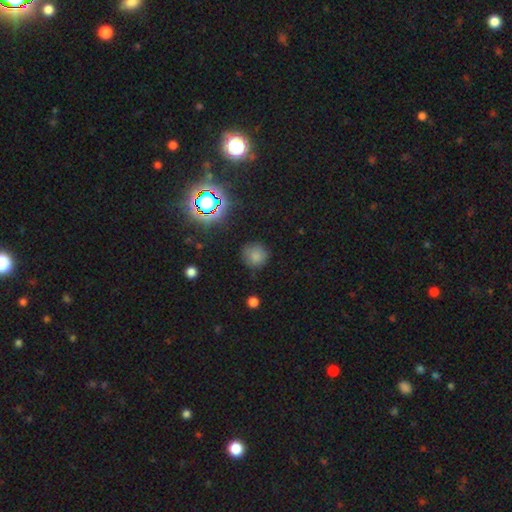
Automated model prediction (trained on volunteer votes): Smooth or featured?
  - smooth: 74% *
  - star or artifact: 18%
  - featured or disk: 8%
How rounded?
  - round: 91% *
  - in between: 8%
  - cigar-shaped: 1%
Merging?
  - none: 80% *
  - minor disturbance: 14%
  - major disturbance: 4%
  - merger: 2%